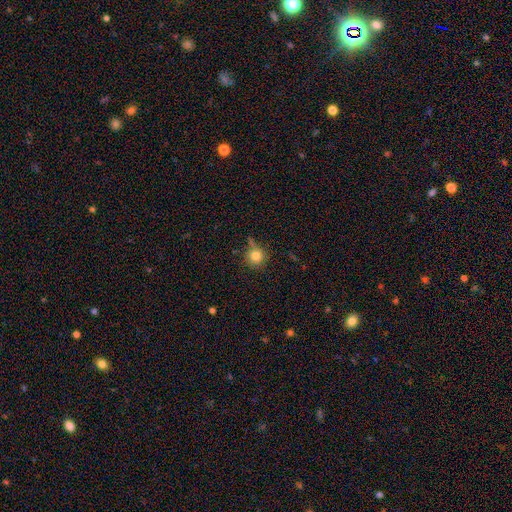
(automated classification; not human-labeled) This is clearly a smooth galaxy (81%). How rounded: clearly round (93%). Merging: likely none (72%).